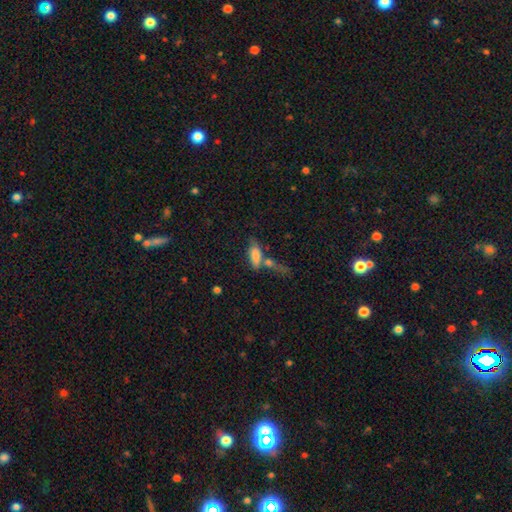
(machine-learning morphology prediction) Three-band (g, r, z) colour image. It shows a smooth galaxy with no disk features (77%) that is in between round and cigar-shaped (72%). Merging: merger (39%).